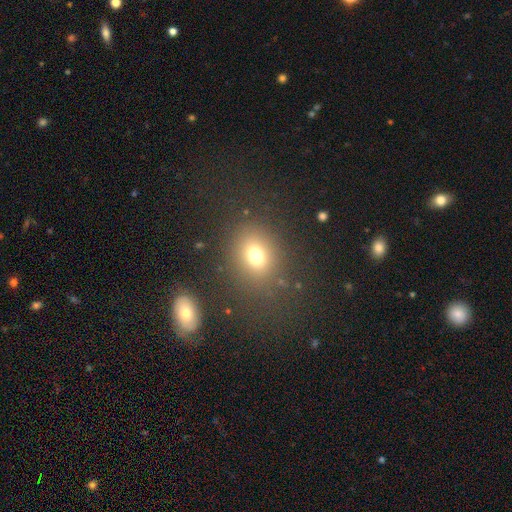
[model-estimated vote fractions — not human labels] Morphology: type=smooth (73%); roundness=round (50%); merging=none (80%).